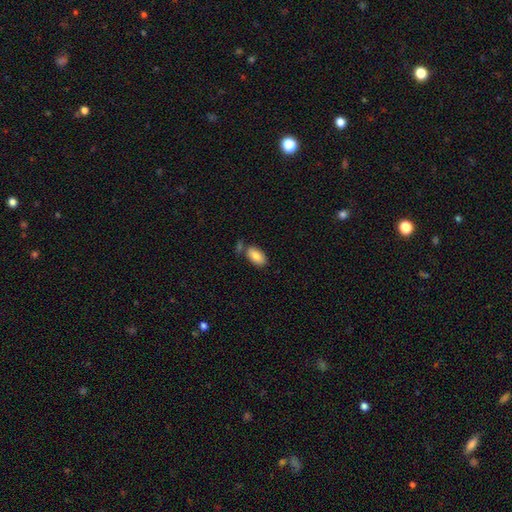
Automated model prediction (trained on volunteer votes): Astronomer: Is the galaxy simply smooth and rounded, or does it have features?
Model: smooth — 83%.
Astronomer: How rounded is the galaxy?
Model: in between — 94%.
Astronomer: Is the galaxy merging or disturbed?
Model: none — 68%.